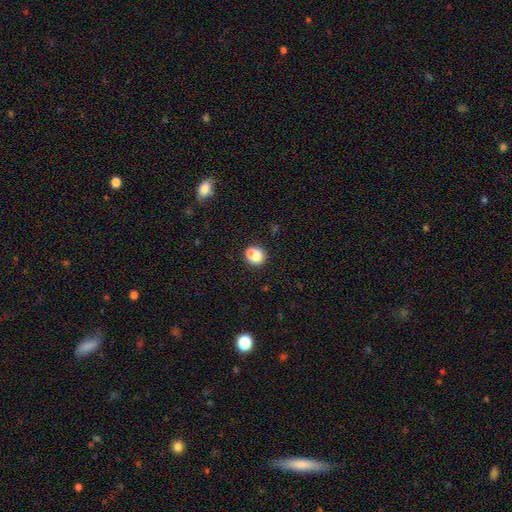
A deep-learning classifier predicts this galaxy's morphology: This is likely a smooth galaxy (76%). How rounded: likely round (78%). Merging: possibly none (48%).